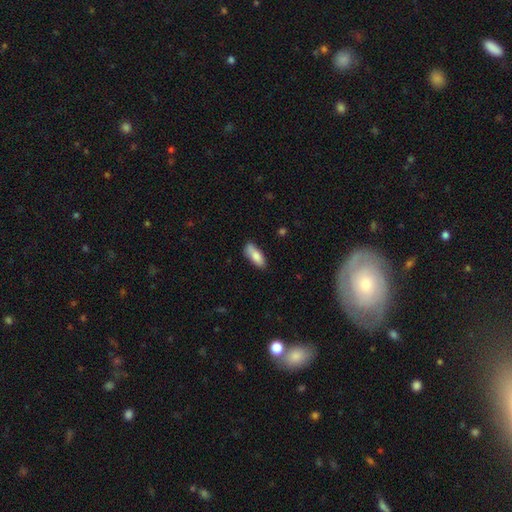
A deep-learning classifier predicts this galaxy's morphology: This appears to be a smooth galaxy with no disk features (82%) that is in between round and cigar-shaped (70%). Merging: none (72%).